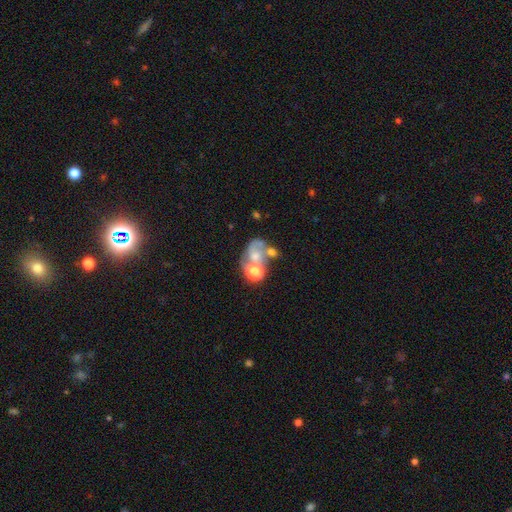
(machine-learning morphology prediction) Smooth or featured? Predicted: featured or disk (p=0.45). Merging? Predicted: merger (p=0.51).